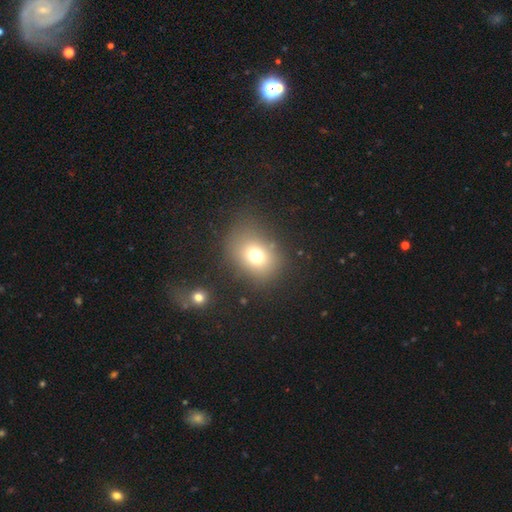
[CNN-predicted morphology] A smooth galaxy with no disk features (71%) that is round (56%). Merging: none (75%).